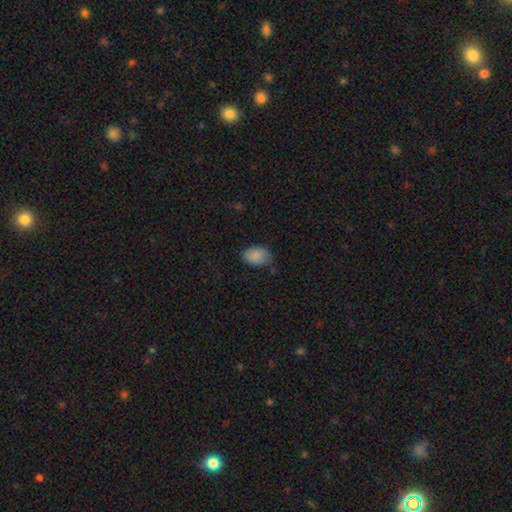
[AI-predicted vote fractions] Smooth or featured?
  - smooth: 86% *
  - star or artifact: 8%
  - featured or disk: 6%
How rounded?
  - in between: 85% *
  - round: 14%
  - cigar-shaped: 1%
Merging?
  - none: 67% *
  - minor disturbance: 26%
  - major disturbance: 5%
  - merger: 2%